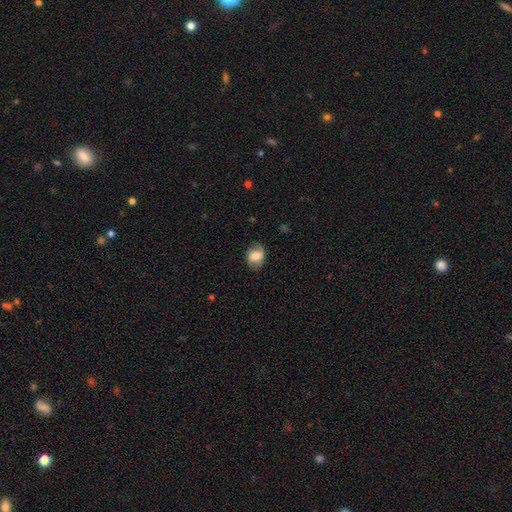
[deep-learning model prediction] Smooth or featured: smooth — 71% (featured or disk — 20%)
How rounded: in between — 64% (round — 35%)
Merging: none — 75% (minor disturbance — 19%)